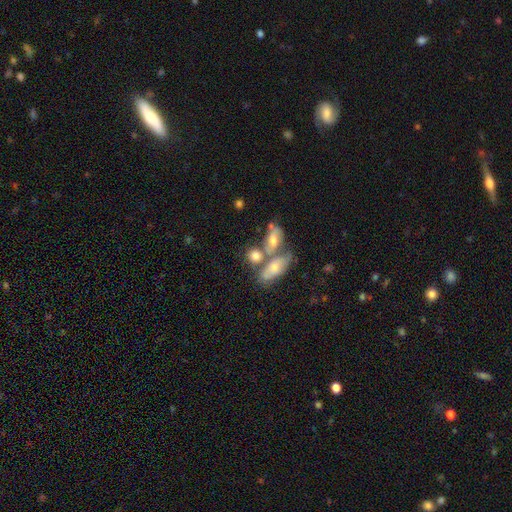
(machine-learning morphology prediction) Q: Smooth or featured?
A: smooth (69%); runner-up: featured or disk (22%)
Q: How rounded?
A: in between (62%); runner-up: round (32%)
Q: Merging?
A: merger (49%); runner-up: none (32%)